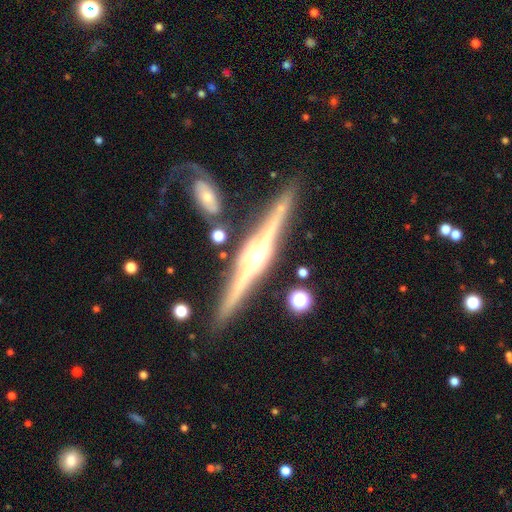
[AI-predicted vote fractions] Smooth or featured?
  - featured or disk: 88% *
  - smooth: 7%
  - star or artifact: 5%
Edge-on disk?
  - yes: 98% *
  - no: 2%
Edge-on bulge?
  - rounded: 82% *
  - boxy: 13%
  - none: 5%
Merging?
  - none: 86% *
  - minor disturbance: 8%
  - merger: 4%
  - major disturbance: 2%